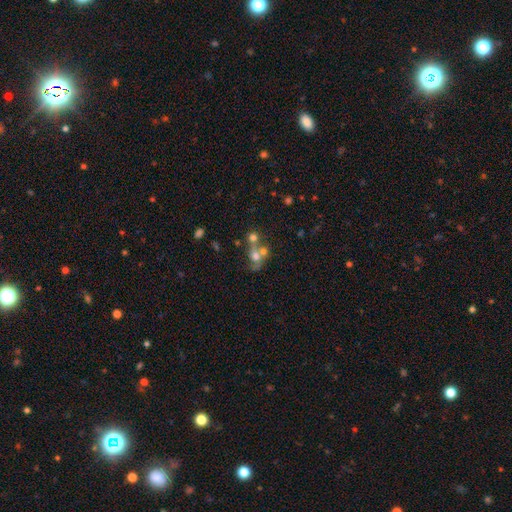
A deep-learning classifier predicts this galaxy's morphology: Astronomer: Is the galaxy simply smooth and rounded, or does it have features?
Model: smooth — 53% (runner-up: featured or disk, 30%).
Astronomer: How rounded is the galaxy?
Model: round — 61% (runner-up: in between, 37%).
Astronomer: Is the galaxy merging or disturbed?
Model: merger — 55%.